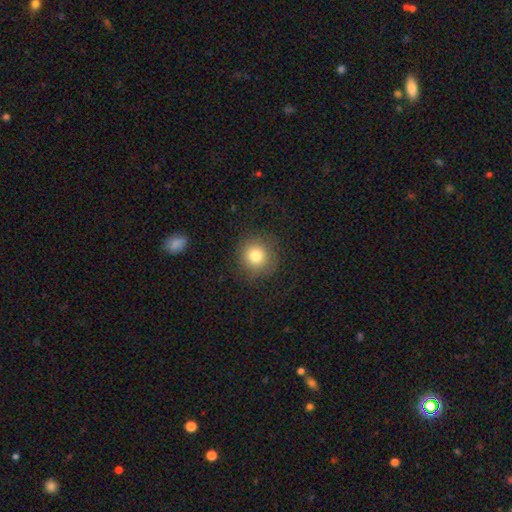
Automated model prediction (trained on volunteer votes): smooth 79%, star or artifact 12%, featured or disk 9%. Down the decision tree: how rounded — round (92%); merging — none (84%).